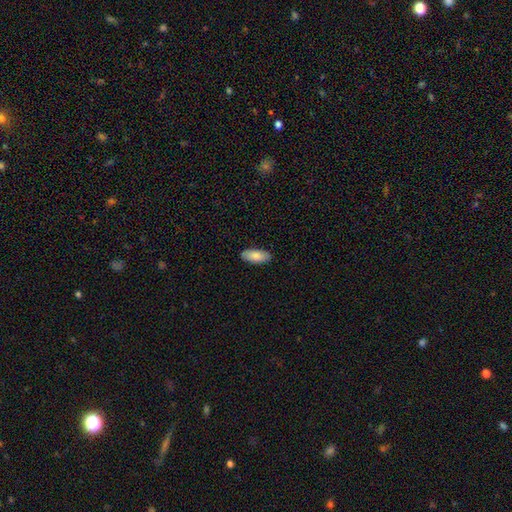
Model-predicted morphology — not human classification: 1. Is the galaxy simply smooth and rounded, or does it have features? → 85% smooth, 10% featured or disk, 6% star or artifact.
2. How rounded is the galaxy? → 88% in between, 10% cigar-shaped, 2% round.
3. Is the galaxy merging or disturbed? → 88% none, 9% minor disturbance, 2% major disturbance, 1% merger.